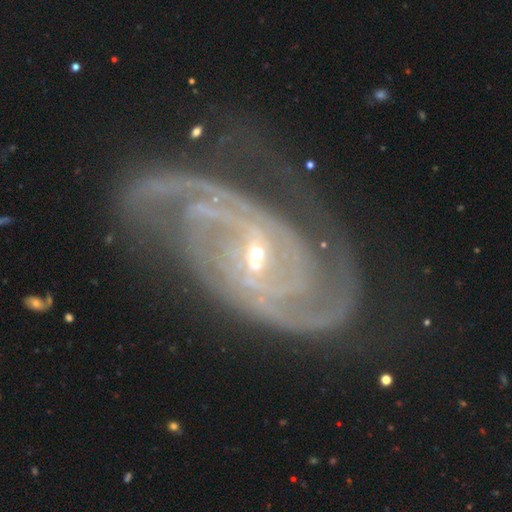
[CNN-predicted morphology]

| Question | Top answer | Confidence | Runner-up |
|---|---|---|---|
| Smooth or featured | featured or disk | 91% | star or artifact (6%) |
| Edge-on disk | no | 96% | yes (4%) |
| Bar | weak | 41% | no (37%) |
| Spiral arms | yes | 98% | no (2%) |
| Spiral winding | tight | 44% | medium (43%) |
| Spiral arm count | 2 | 47% | 3 (17%) |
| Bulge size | small | 73% | moderate (23%) |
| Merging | none | 67% | minor disturbance (19%) |